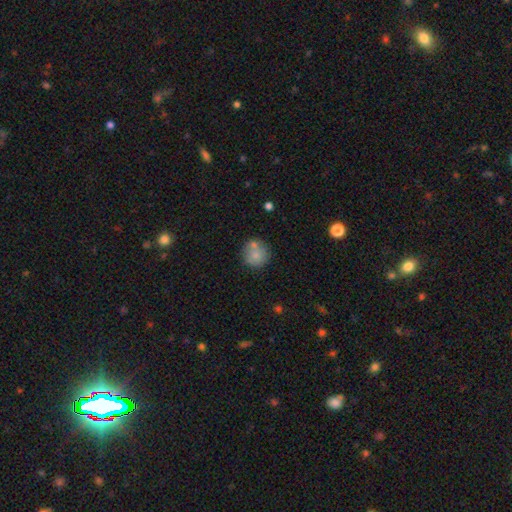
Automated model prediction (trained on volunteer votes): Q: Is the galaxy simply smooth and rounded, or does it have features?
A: smooth — 78%.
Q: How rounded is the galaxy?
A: round — 91%.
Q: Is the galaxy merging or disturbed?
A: none — 62%.